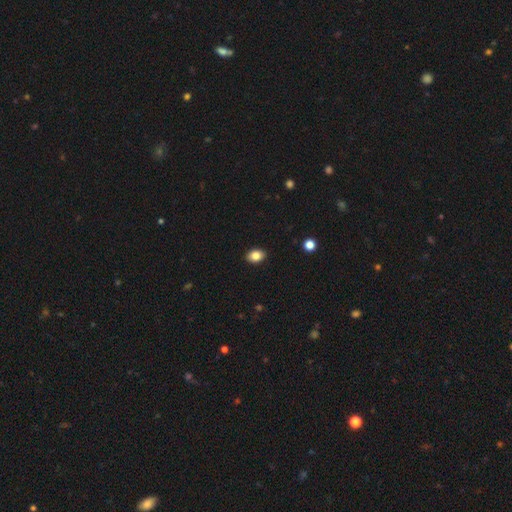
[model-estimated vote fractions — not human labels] Overall: smooth (84%). How rounded: in between (77%). Merging: none (90%).